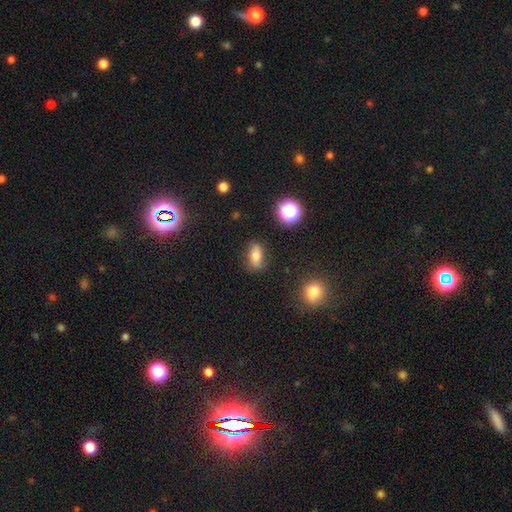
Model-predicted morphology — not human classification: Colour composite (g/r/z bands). It shows a smooth galaxy with no disk features (67%) that is in between round and cigar-shaped (76%). Merging: none (78%).